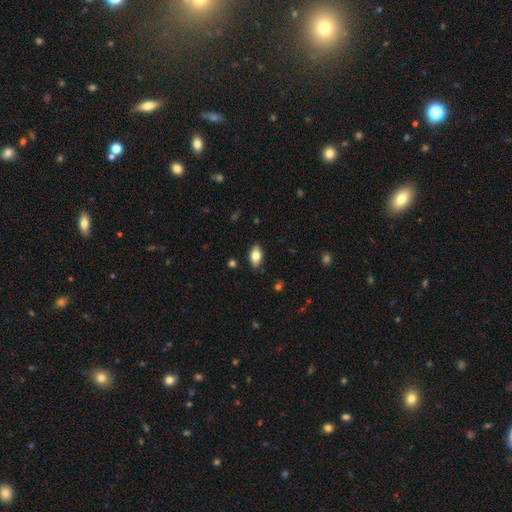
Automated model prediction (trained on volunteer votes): This appears to be a smooth galaxy with no disk features (77%) that is in between round and cigar-shaped (91%). Merging: none (87%).